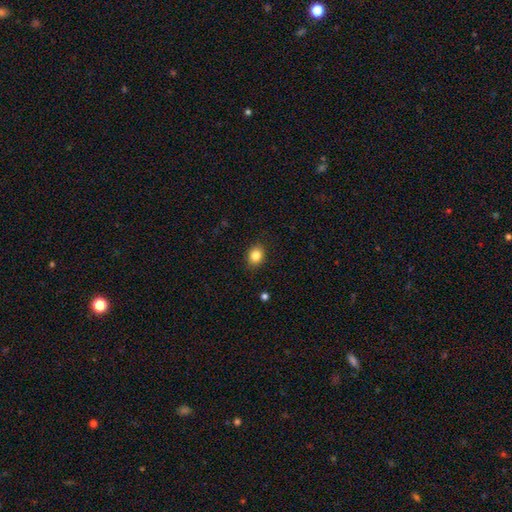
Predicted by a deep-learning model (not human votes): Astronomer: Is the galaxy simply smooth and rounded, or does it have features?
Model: smooth — 84%.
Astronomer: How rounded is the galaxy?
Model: round — 54% (runner-up: in between, 45%).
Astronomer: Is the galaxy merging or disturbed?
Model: none — 89%.